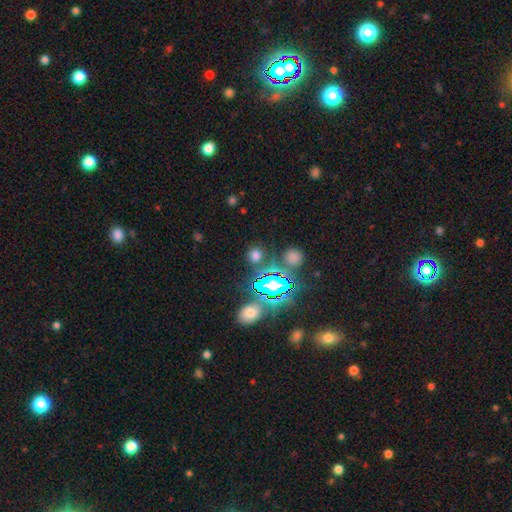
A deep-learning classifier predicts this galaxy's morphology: Q: Smooth or featured?
A: smooth (56%); runner-up: star or artifact (37%)
Q: How rounded?
A: round (81%); runner-up: in between (17%)
Q: Merging?
A: none (81%); runner-up: minor disturbance (10%)